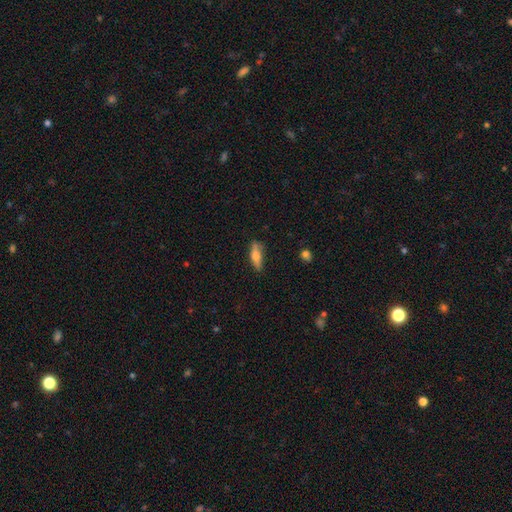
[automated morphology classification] Q: Smooth or featured?
A: smooth (68%); runner-up: featured or disk (25%)
Q: How rounded?
A: cigar-shaped (59%); runner-up: in between (39%)
Q: Merging?
A: none (74%); runner-up: minor disturbance (20%)